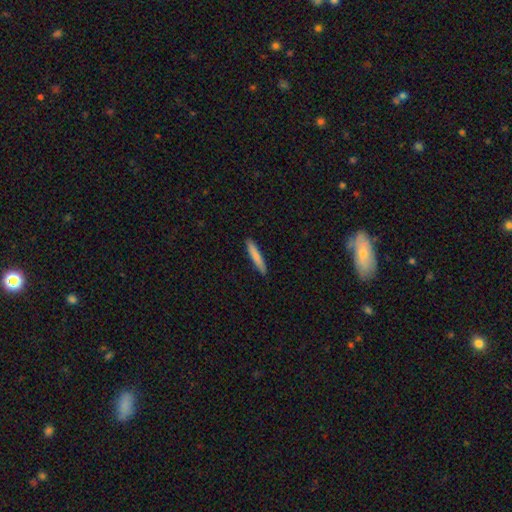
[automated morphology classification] smooth_or_featured: smooth (p=0.82) [alt: featured or disk p=0.13]
how_rounded: cigar-shaped (p=0.94) [alt: in between p=0.05]
merging: none (p=0.91) [alt: minor disturbance p=0.07]